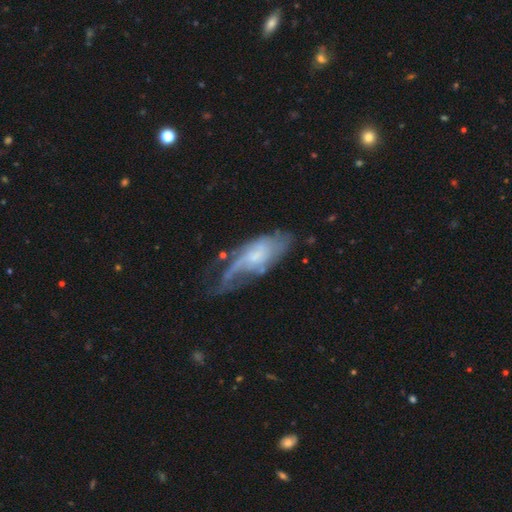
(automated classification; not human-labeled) Q: Smooth or featured?
A: featured or disk (69%); runner-up: smooth (24%)
Q: Edge-on disk?
A: no (87%); runner-up: yes (13%)
Q: Bar?
A: no (65%); runner-up: weak (30%)
Q: Spiral arms?
A: yes (80%); runner-up: no (20%)
Q: Bulge size?
A: small (49%); runner-up: moderate (28%)
Q: Merging?
A: none (40%); runner-up: minor disturbance (29%)